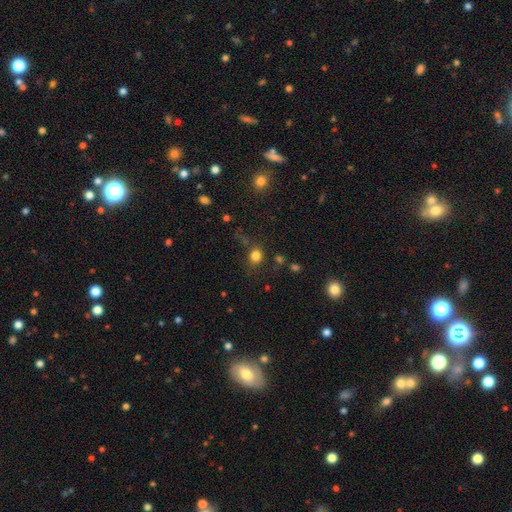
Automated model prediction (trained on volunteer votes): Smooth or featured: smooth — 79% (star or artifact — 15%)
How rounded: round — 76% (in between — 23%)
Merging: none — 73% (minor disturbance — 14%)